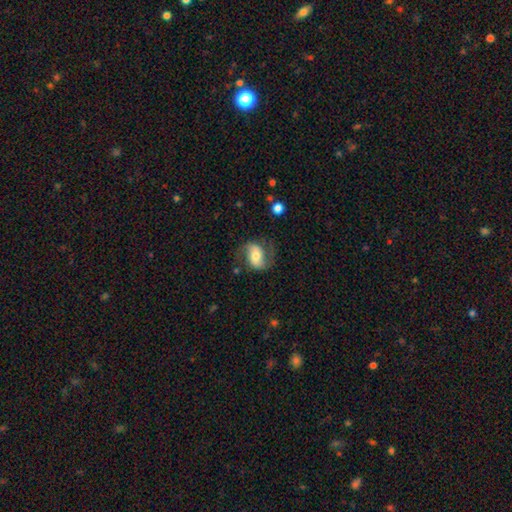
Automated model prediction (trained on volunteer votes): This appears to be a featured or disk galaxy (65%) with no bar (39%), 2 (88%) medium (44%) spiral arms (90%) and a moderate central bulge (53%). Merging: none (65%).